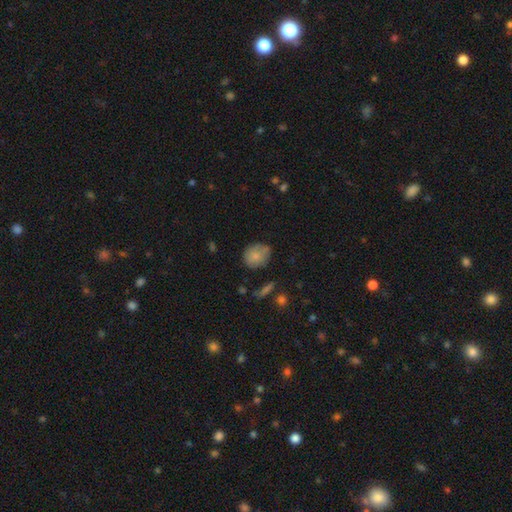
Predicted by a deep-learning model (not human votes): Morphology: type=smooth (79%); roundness=round (64%); merging=none (64%).